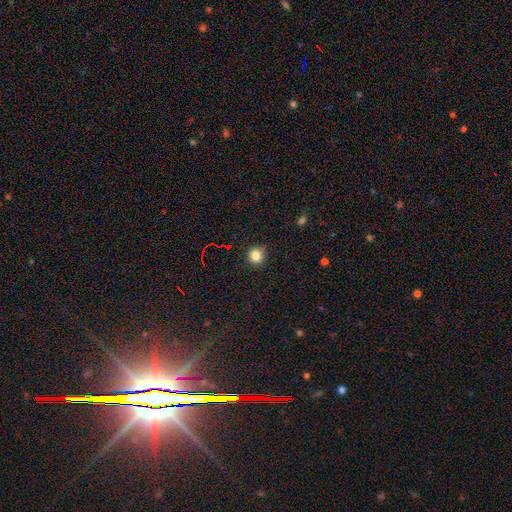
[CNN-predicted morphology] smooth 82%, star or artifact 13%, featured or disk 5%. Down the decision tree: how rounded — round (89%); merging — none (86%).